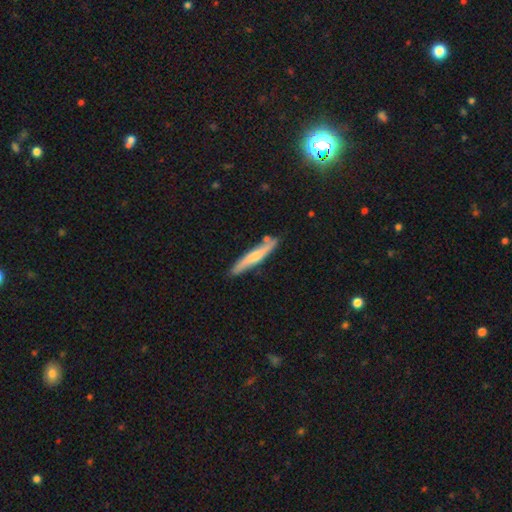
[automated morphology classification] Smooth or featured: featured or disk — 49% (smooth — 45%)
Merging: none — 80% (minor disturbance — 14%)